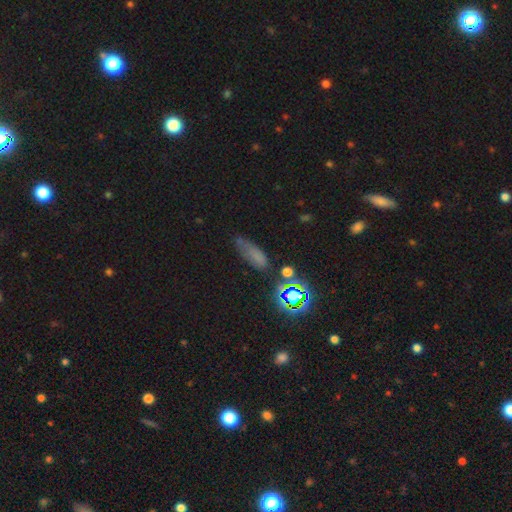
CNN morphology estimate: type=smooth (60%); roundness=in between (57%); merging=none (58%).